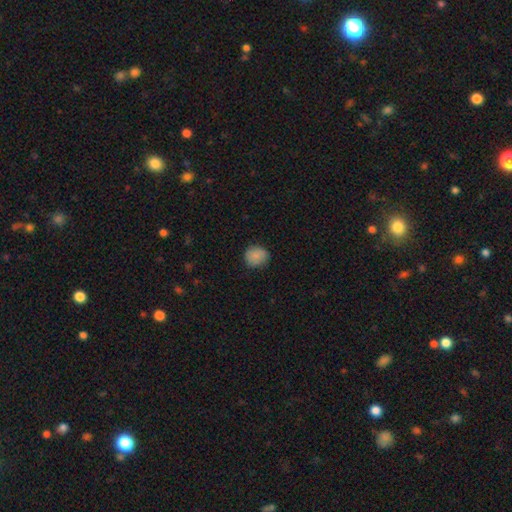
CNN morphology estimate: Smooth or featured?
  - smooth: 87% *
  - star or artifact: 8%
  - featured or disk: 5%
How rounded?
  - round: 78% *
  - in between: 21%
  - cigar-shaped: 1%
Merging?
  - none: 80% *
  - minor disturbance: 16%
  - major disturbance: 3%
  - merger: 1%